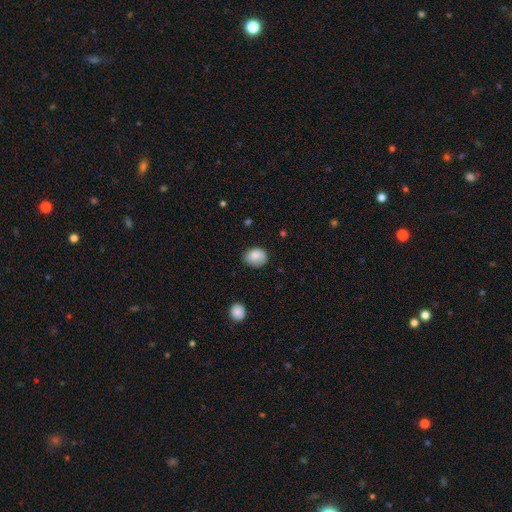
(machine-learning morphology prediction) type=smooth (82%); roundness=round (55%); merging=none (66%).